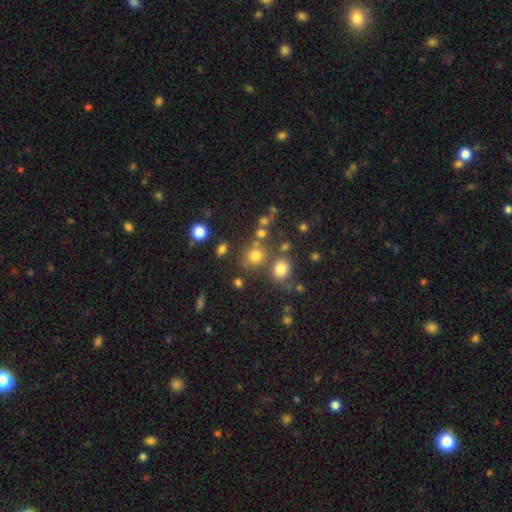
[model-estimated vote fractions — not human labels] This appears to be a smooth galaxy with no disk features (69%) that is round (76%). Merging: none (68%).